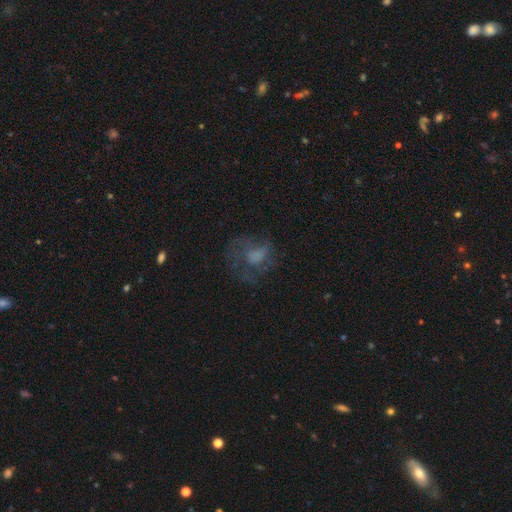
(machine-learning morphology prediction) This is marginally a smooth galaxy (43%). Merging: marginally none (45%).